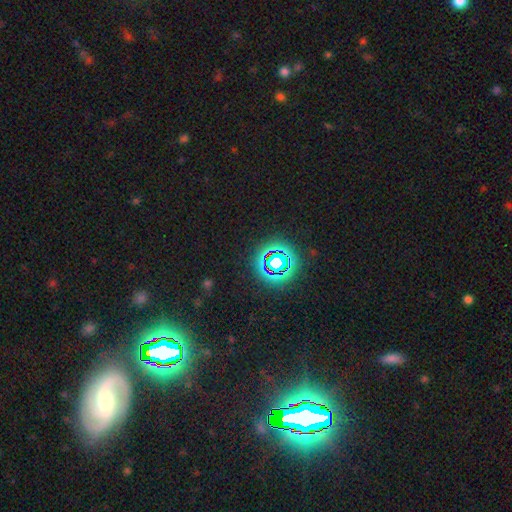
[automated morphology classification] Smooth or featured: star or artifact — 78% (smooth — 13%)